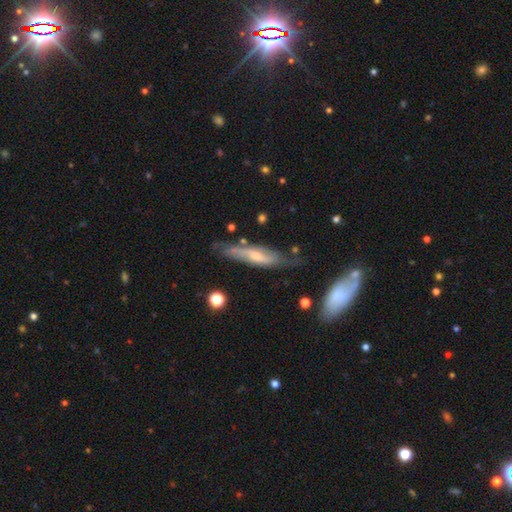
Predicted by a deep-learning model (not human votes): smooth-or-featured: featured or disk: 61% | smooth: 32% | star or artifact: 6%
  disk-edge-on: yes: 54% | no: 46%
  merging: none: 60% | minor disturbance: 27% | major disturbance: 8% | merger: 5%